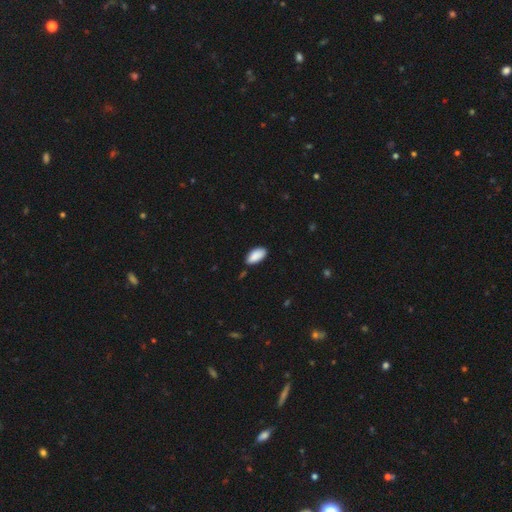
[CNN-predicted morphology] The model was most divided on "merging": none: 78%, minor disturbance: 18%, major disturbance: 2%, merger: 2%. More confident: how rounded — in between (93%); smooth or featured — smooth (89%).